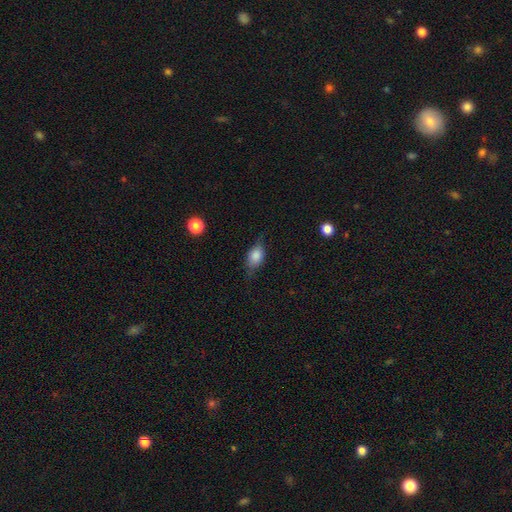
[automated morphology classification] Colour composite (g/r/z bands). It shows a smooth galaxy with no disk features (74%) that is in between round and cigar-shaped (80%). Merging: none (67%).